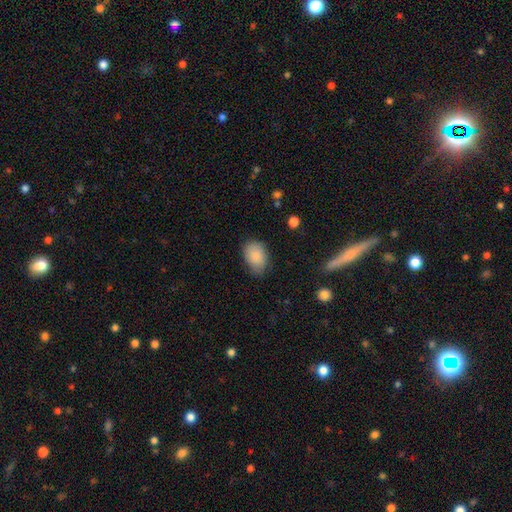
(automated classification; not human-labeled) smooth-or-featured: smooth: 87% | star or artifact: 7% | featured or disk: 7%
  how-rounded: in between: 81% | round: 18% | cigar-shaped: 1%
  merging: none: 73% | minor disturbance: 22% | major disturbance: 5% | merger: 1%